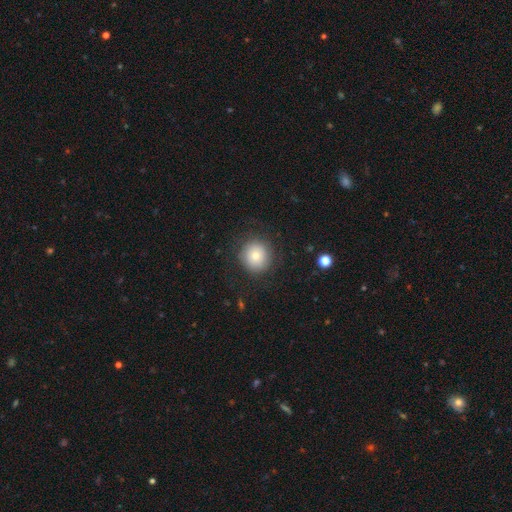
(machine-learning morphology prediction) This is likely a smooth galaxy (74%). How rounded: clearly round (93%). Merging: clearly none (82%).